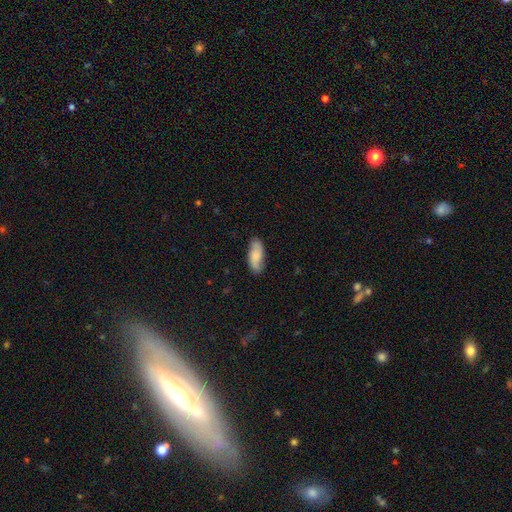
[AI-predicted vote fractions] Smooth or featured? Predicted: smooth (p=0.66). How rounded? Predicted: in between (p=0.81). Merging? Predicted: none (p=0.80).